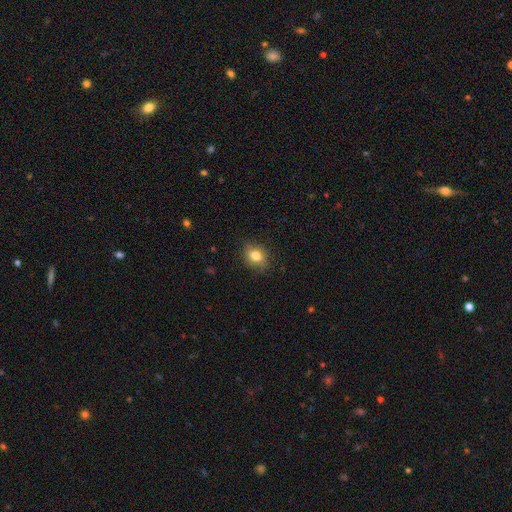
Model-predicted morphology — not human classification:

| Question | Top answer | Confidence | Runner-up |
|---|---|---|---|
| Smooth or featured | smooth | 82% | star or artifact (10%) |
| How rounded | in between | 58% | round (41%) |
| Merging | none | 84% | minor disturbance (12%) |